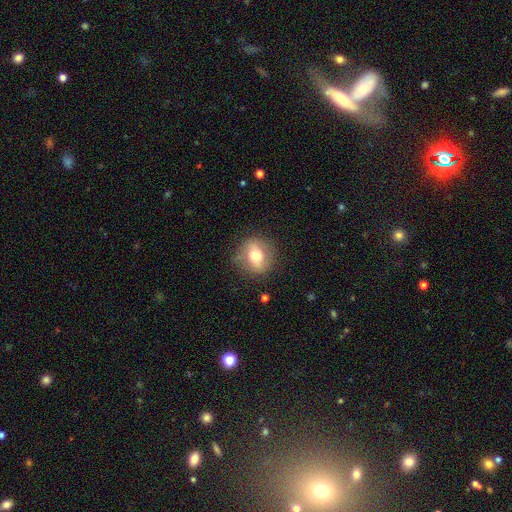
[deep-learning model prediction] Smooth or featured: smooth — 59% (featured or disk — 32%)
How rounded: round — 69% (in between — 29%)
Merging: none — 78% (minor disturbance — 15%)